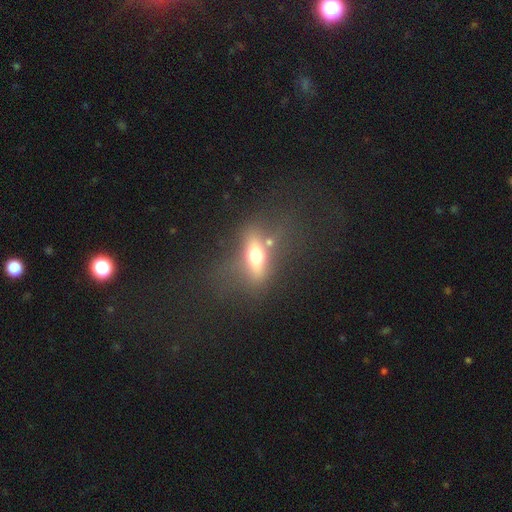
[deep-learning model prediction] smooth-or-featured: smooth: 53% | featured or disk: 35% | star or artifact: 11%
  how-rounded: in between: 58% | cigar-shaped: 29% | round: 13%
  merging: none: 61% | minor disturbance: 16% | major disturbance: 13% | merger: 10%